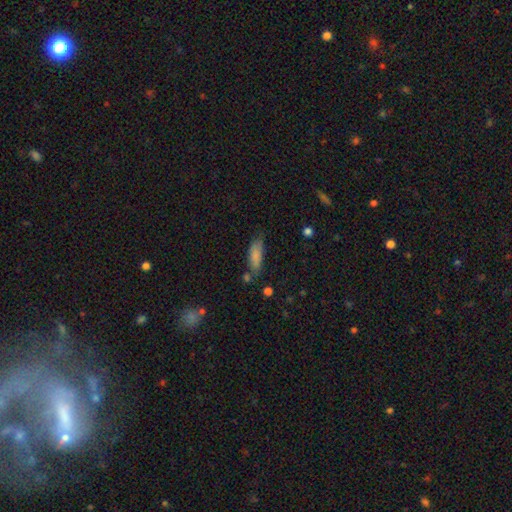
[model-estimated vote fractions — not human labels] A smooth galaxy with no disk features (83%) that is in between round and cigar-shaped (65%). Merging: none (62%).